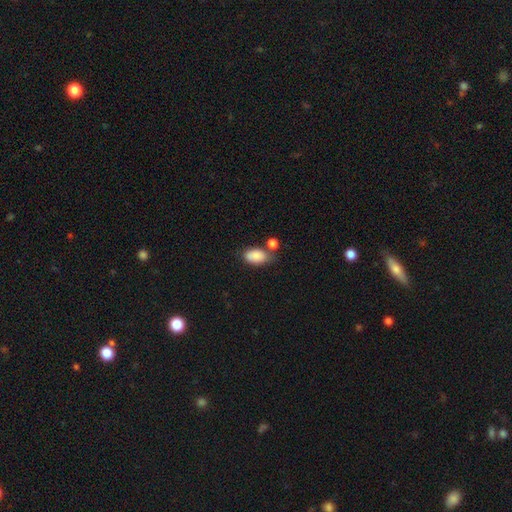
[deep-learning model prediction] This is clearly a smooth galaxy (87%). How rounded: clearly in between (92%). Merging: possibly none (53%).